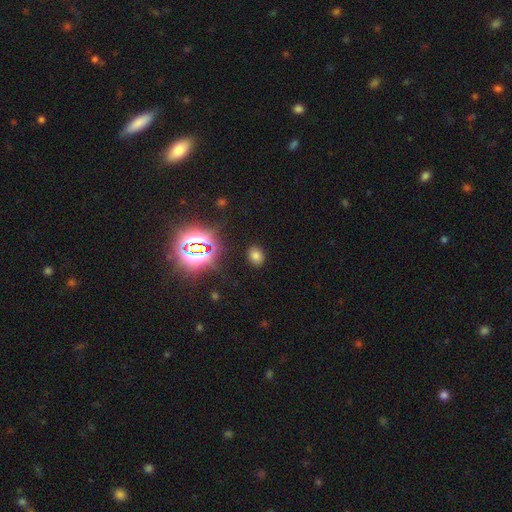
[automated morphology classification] Overall: smooth (68%). How rounded: in between (57%; round 42%). Merging: none (87%).